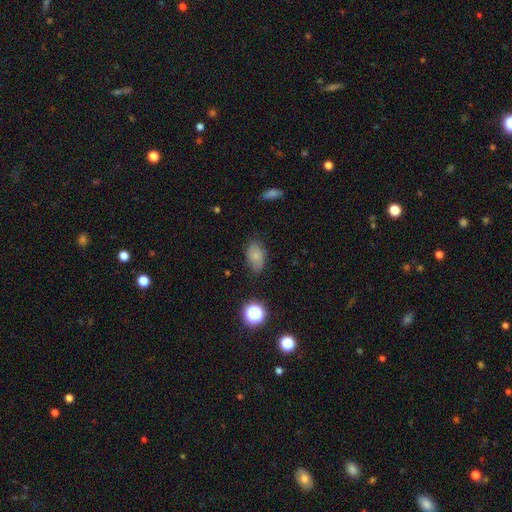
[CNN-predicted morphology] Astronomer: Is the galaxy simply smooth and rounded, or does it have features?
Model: smooth — 73%.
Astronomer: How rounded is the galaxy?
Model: in between — 86%.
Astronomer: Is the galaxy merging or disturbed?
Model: none — 70%.